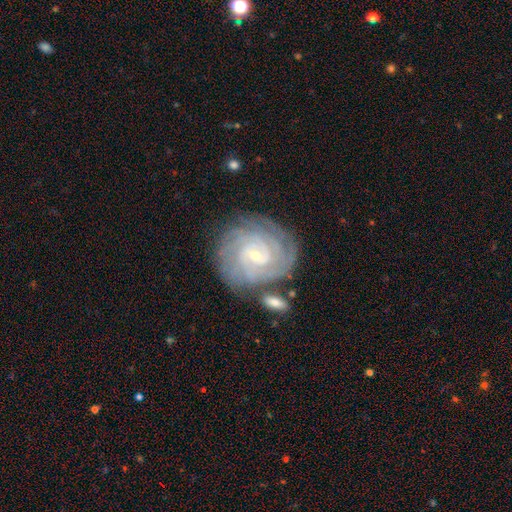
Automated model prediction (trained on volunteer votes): A featured or disk galaxy (88%) with no bar (51%), 4 (25%, tied with can't tell) tight (80%) spiral arms (97%) and a small central bulge (73%).

Vote fractions:
- Smooth or featured? featured or disk: 88% / smooth: 7% / star or artifact: 5%
- Edge-on disk? no: 97% / yes: 3%
- Bar? no: 51% / weak: 40% / strong: 9%
- Spiral arms? yes: 97% / no: 3%
- Spiral winding? tight: 80% / medium: 17% / loose: 3%
- Spiral arm count? 4: 25% (tied) / can't tell: 25% (tied) / 3: 21% / 2: 14% / more than 4: 8% / 1: 7%
- Bulge size? small: 73% / moderate: 23% / large: 1% / none: 1% / dominant: 1%
- Merging? none: 76% / minor disturbance: 14% / major disturbance: 5% / merger: 4%